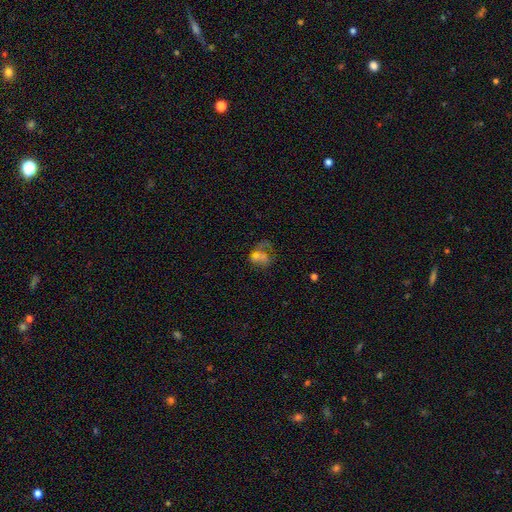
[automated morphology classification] Overall: smooth (44%; featured or disk 40%). Merging: major disturbance (34%; merger 32%).